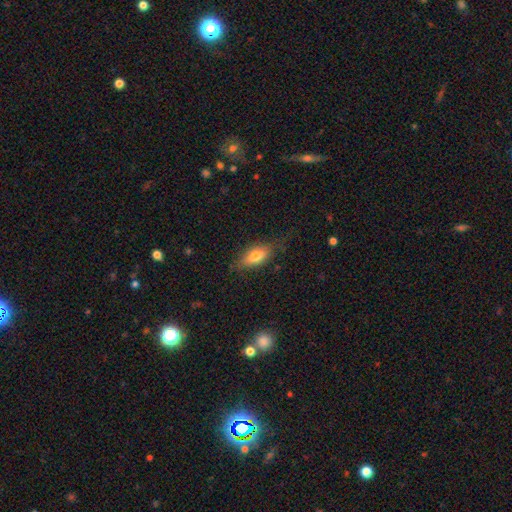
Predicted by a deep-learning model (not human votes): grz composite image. It shows a smooth galaxy with no disk features (74%) that is in between round and cigar-shaped (84%). Merging: none (71%).